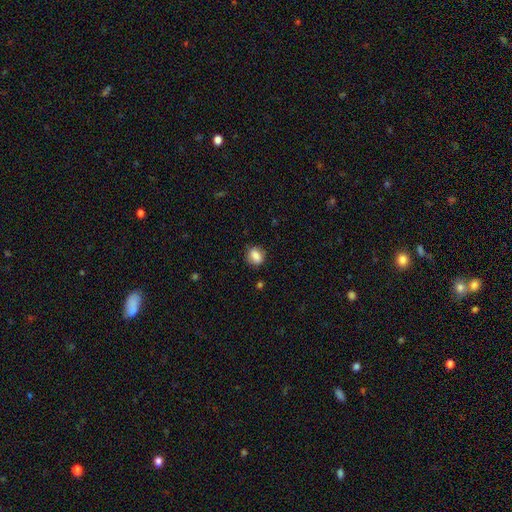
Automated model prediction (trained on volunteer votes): A smooth galaxy with no disk features (81%) that is in between round and cigar-shaped (49%, tied with round). Merging: none (79%).